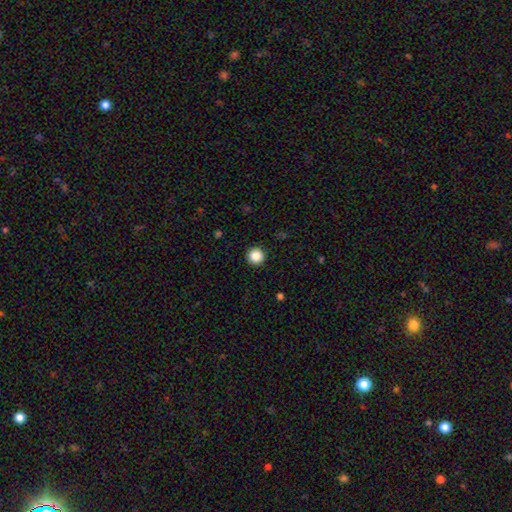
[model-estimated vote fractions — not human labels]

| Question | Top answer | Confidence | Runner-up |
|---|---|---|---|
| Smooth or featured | smooth | 86% | star or artifact (10%) |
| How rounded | round | 96% | in between (3%) |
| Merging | none | 93% | minor disturbance (4%) |